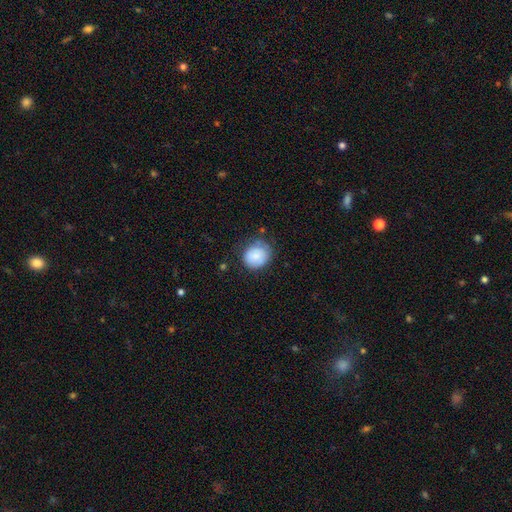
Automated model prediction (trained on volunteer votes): Smooth or featured: smooth — 81% (featured or disk — 11%)
How rounded: round — 76% (in between — 23%)
Merging: none — 66% (minor disturbance — 25%)